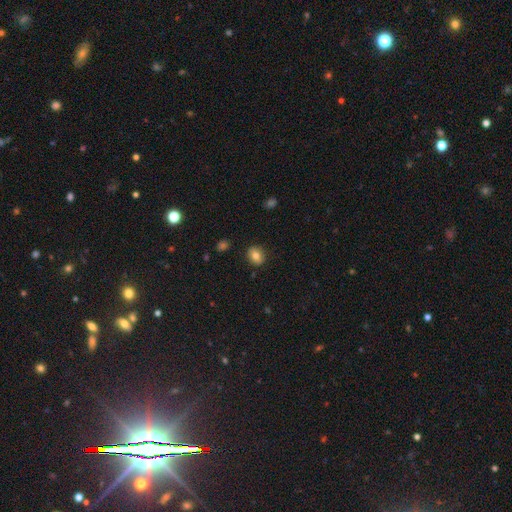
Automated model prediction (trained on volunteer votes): This appears to be a smooth galaxy with no disk features (78%) that is round (70%). Merging: none (89%).